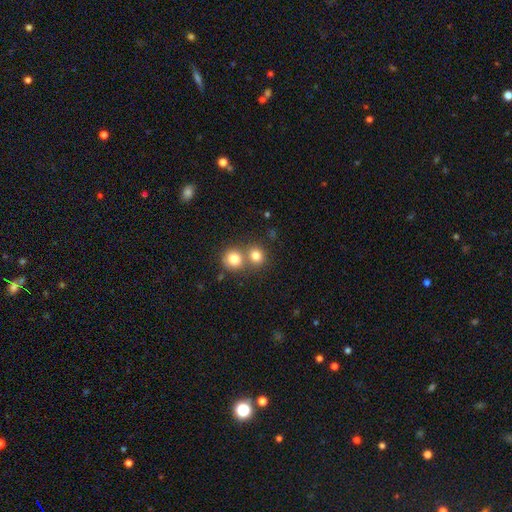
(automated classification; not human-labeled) Smooth or featured? Predicted: smooth (p=0.80). How rounded? Predicted: round (p=0.85). Merging? Predicted: none (p=0.51).